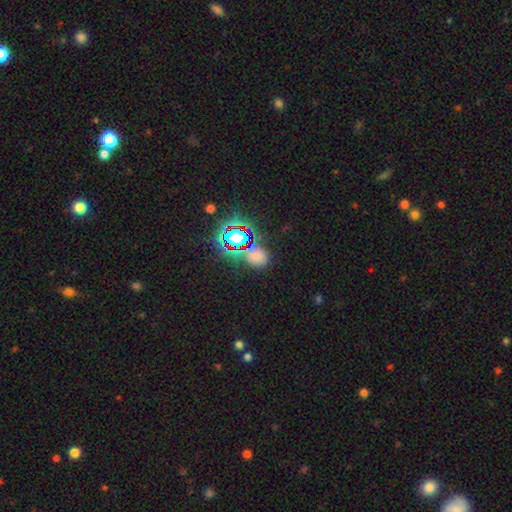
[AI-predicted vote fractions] Overall: smooth (45%, tied with star or artifact). Merging: none (68%).